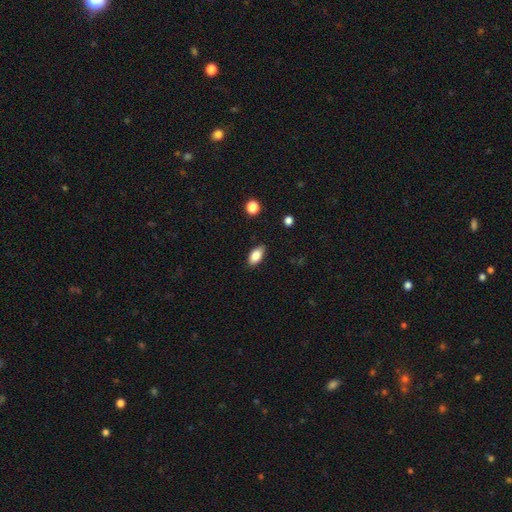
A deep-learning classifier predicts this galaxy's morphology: Overall: smooth (82%). How rounded: in between (90%). Merging: none (86%).